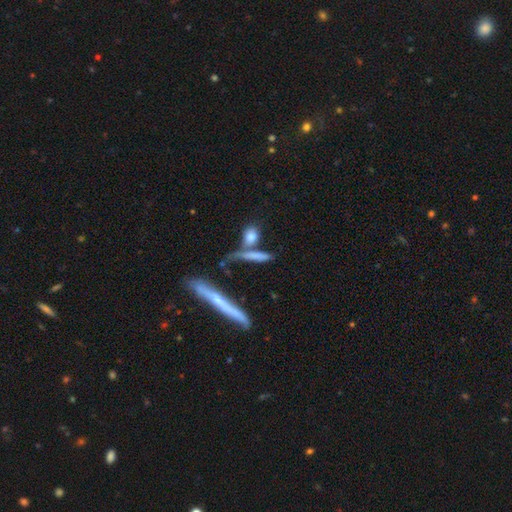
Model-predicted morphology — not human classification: Smooth or featured?
  - smooth: 69% *
  - featured or disk: 23%
  - star or artifact: 8%
How rounded?
  - cigar-shaped: 63% *
  - in between: 27%
  - round: 11%
Merging?
  - none: 48% *
  - merger: 30%
  - minor disturbance: 14%
  - major disturbance: 8%